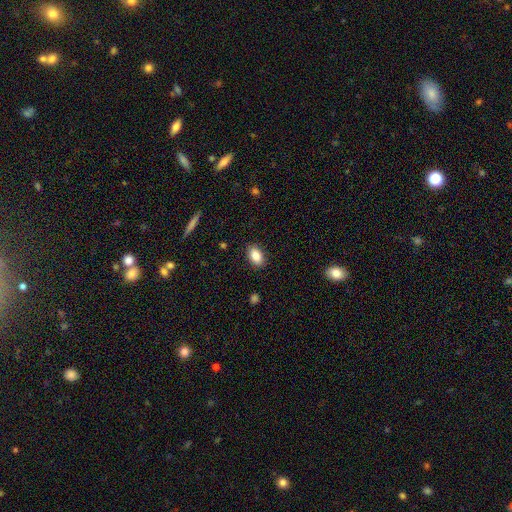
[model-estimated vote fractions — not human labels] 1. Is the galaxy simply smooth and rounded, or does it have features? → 87% smooth, 8% star or artifact, 6% featured or disk.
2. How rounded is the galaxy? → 90% in between, 8% round, 2% cigar-shaped.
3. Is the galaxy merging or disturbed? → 88% none, 9% minor disturbance, 2% major disturbance, 1% merger.